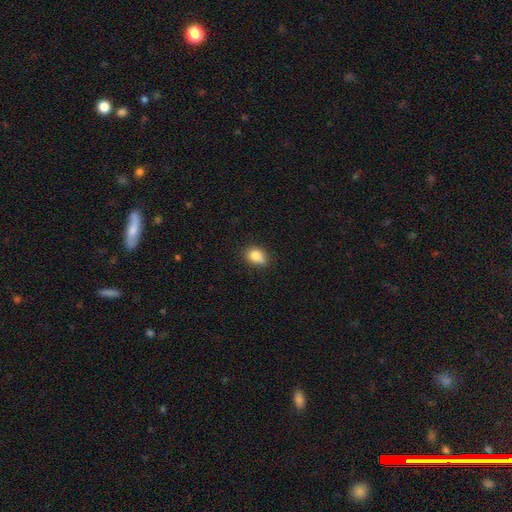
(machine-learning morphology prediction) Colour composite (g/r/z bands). It shows a smooth galaxy with no disk features (83%) that is in between round and cigar-shaped (60%). Merging: none (67%).